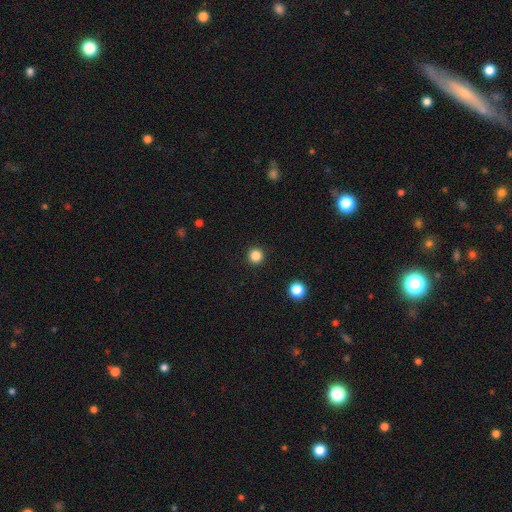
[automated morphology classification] type=smooth (84%); roundness=round (96%); merging=none (93%).